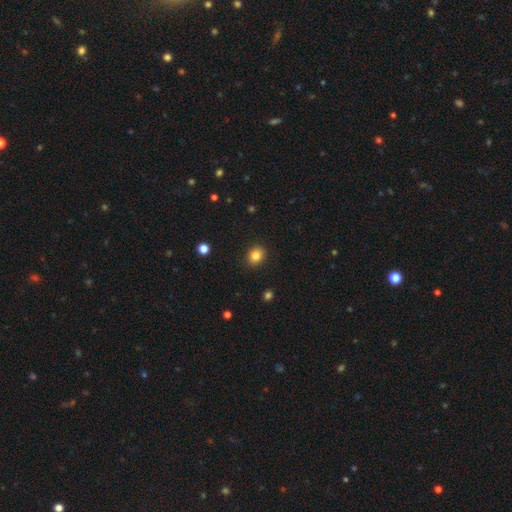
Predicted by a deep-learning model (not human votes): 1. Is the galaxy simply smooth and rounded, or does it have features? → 83% smooth, 11% star or artifact, 6% featured or disk.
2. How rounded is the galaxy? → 65% round, 34% in between, 1% cigar-shaped.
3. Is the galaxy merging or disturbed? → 89% none, 7% minor disturbance, 2% major disturbance, 1% merger.